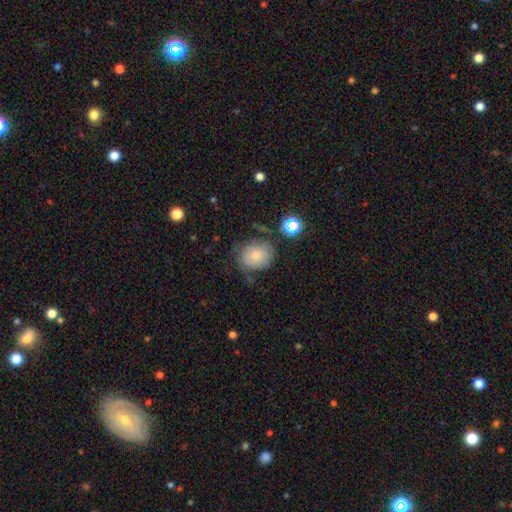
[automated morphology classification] This appears to be a smooth galaxy with no disk features (70%) that is round (68%). Merging: none (61%).